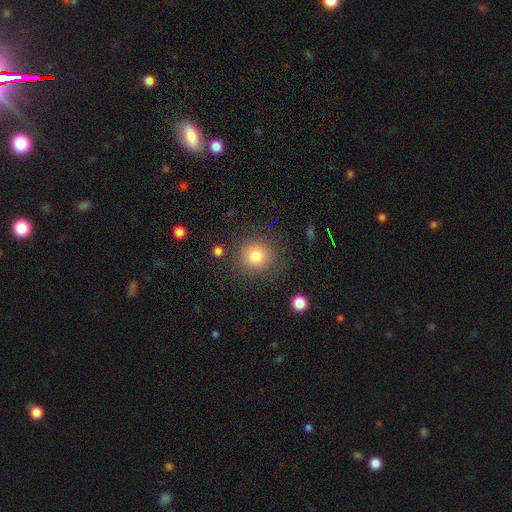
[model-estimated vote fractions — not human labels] The model was most divided on "smooth or featured": smooth: 79%, star or artifact: 12%, featured or disk: 9%. More confident: how rounded — round (90%); merging — none (83%).